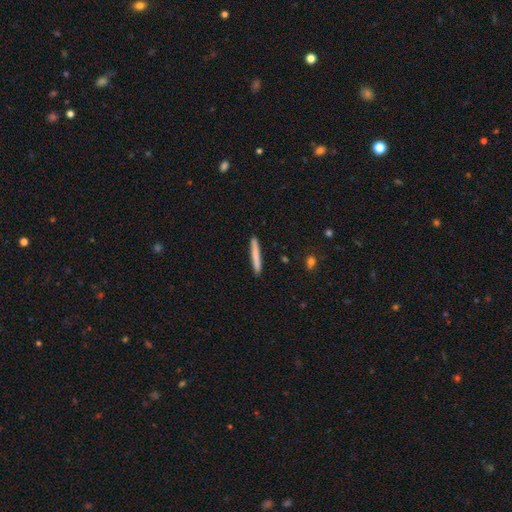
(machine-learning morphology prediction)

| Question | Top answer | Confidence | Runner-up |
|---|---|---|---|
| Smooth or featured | smooth | 78% | featured or disk (17%) |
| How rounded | cigar-shaped | 96% | in between (3%) |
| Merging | none | 92% | minor disturbance (6%) |